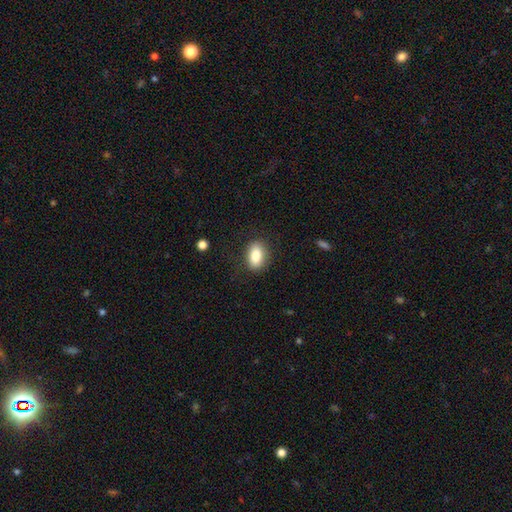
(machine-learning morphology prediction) This is clearly a smooth galaxy (84%). How rounded: clearly in between (85%). Merging: clearly none (84%).